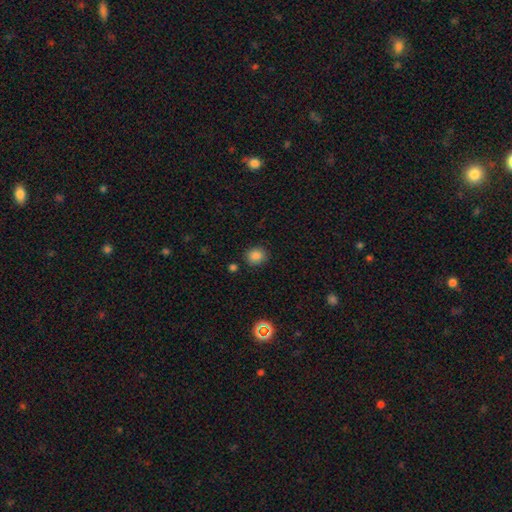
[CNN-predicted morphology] Smooth or featured? Predicted: smooth (p=0.84). How rounded? Predicted: round (p=0.74). Merging? Predicted: none (p=0.86).